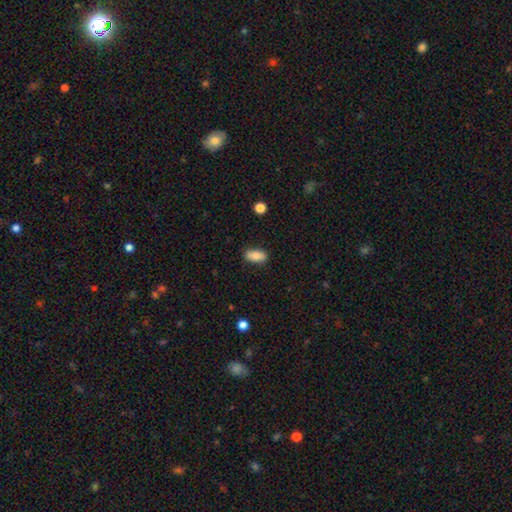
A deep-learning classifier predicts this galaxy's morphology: The model was most divided on "smooth or featured": smooth: 82%, featured or disk: 11%, star or artifact: 7%. More confident: how rounded — in between (89%); merging — none (85%).